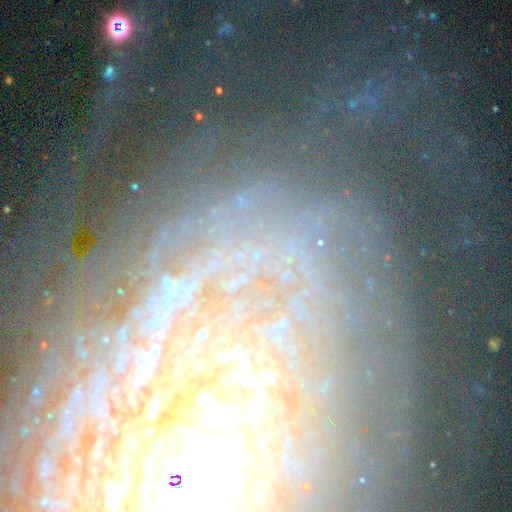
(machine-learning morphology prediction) Overall: featured or disk (47%; star or artifact 38%). Merging: none (64%).